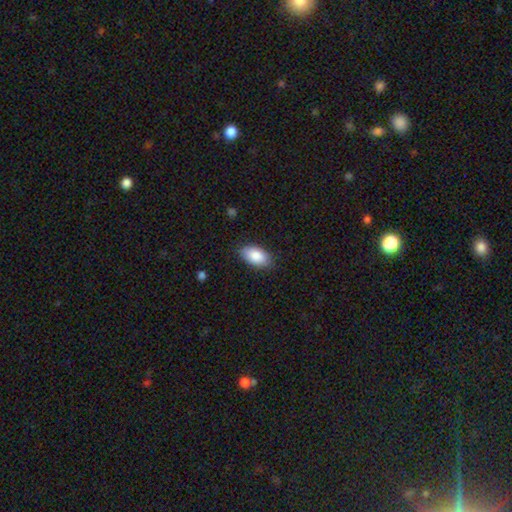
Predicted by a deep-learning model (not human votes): The model was most divided on "merging": none: 85%, minor disturbance: 12%, major disturbance: 2%, merger: 1%. More confident: how rounded — in between (94%); smooth or featured — smooth (87%).